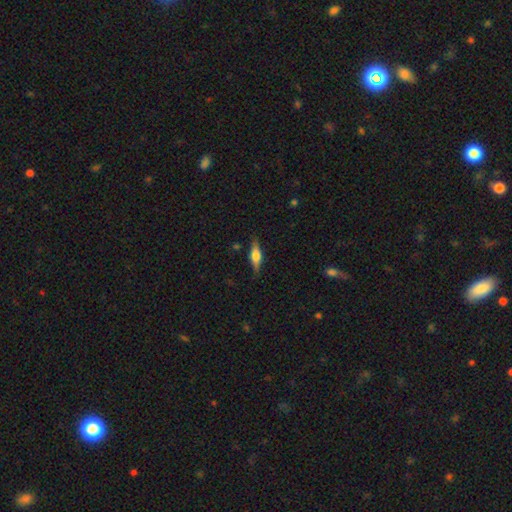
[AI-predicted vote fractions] Smooth or featured? Predicted: featured or disk (p=0.50). Edge-on disk? Predicted: yes (p=0.94). Merging? Predicted: none (p=0.83).